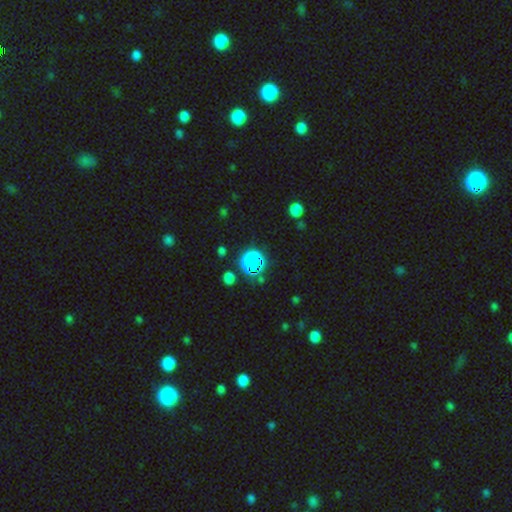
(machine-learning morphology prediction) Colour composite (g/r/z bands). It shows a star or artifact, not a galaxy (53%).